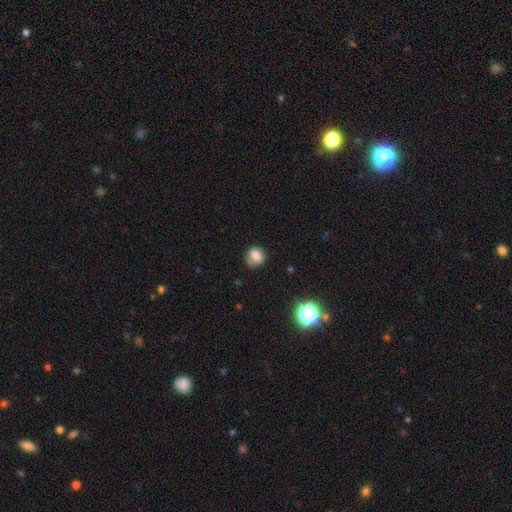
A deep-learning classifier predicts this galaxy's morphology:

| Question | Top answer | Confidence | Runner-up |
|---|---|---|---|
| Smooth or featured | smooth | 80% | star or artifact (11%) |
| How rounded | round | 68% | in between (31%) |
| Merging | none | 69% | minor disturbance (22%) |